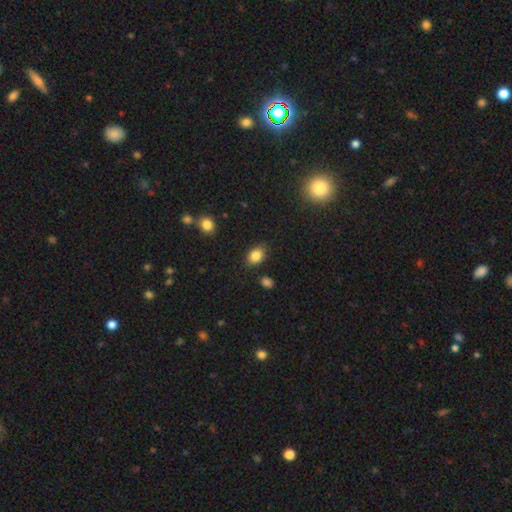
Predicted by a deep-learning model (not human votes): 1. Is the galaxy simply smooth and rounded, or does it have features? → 85% smooth, 9% star or artifact, 6% featured or disk.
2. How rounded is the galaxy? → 71% in between, 28% round, 1% cigar-shaped.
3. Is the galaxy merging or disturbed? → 81% none, 13% minor disturbance, 3% major disturbance, 3% merger.